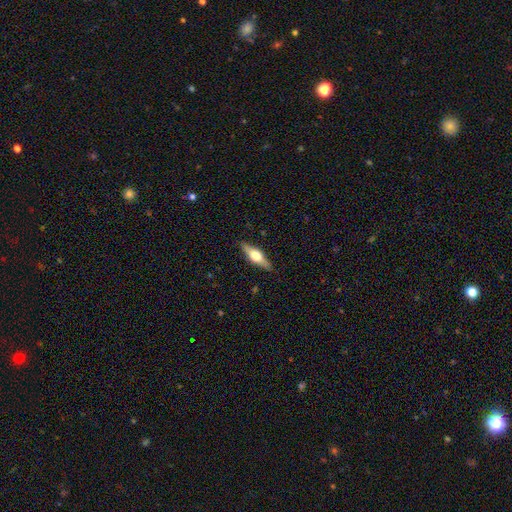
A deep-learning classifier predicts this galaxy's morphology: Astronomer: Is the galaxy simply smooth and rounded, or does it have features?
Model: featured or disk — 54% (runner-up: smooth, 41%).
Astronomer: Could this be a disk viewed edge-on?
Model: yes — 93%.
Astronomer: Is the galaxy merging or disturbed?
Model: none — 86%.